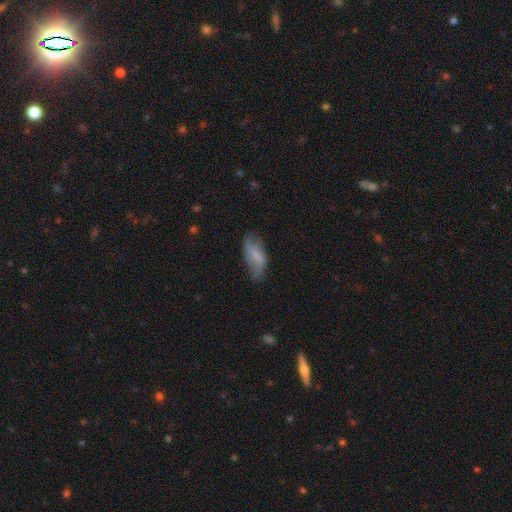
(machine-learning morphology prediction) Smooth or featured? smooth (58%)
How rounded? in between (83%)
Merging? none (58%)